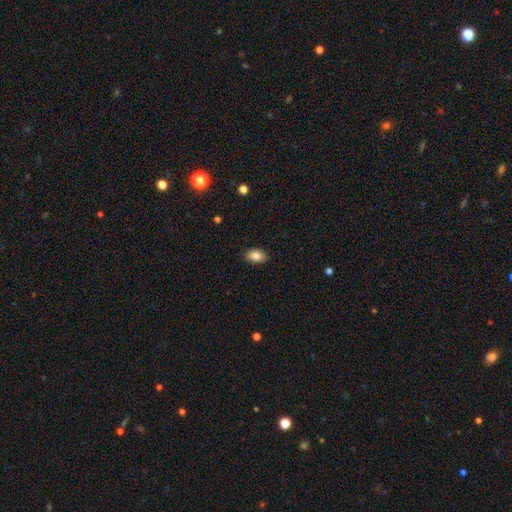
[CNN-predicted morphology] Smooth or featured? Predicted: smooth (p=0.85). How rounded? Predicted: in between (p=0.88). Merging? Predicted: none (p=0.89).